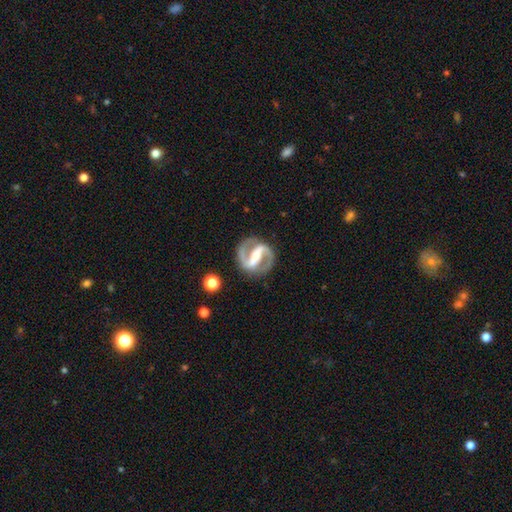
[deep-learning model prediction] Smooth or featured? Predicted: featured or disk (p=0.91). Edge-on disk? Predicted: no (p=0.98). Bar? Predicted: strong (p=0.73). Spiral arms? Predicted: yes (p=0.96). Spiral winding? Predicted: medium (p=0.58). Spiral arm count? Predicted: 2 (p=0.94). Bulge size? Predicted: moderate (p=0.44). Merging? Predicted: none (p=0.85).